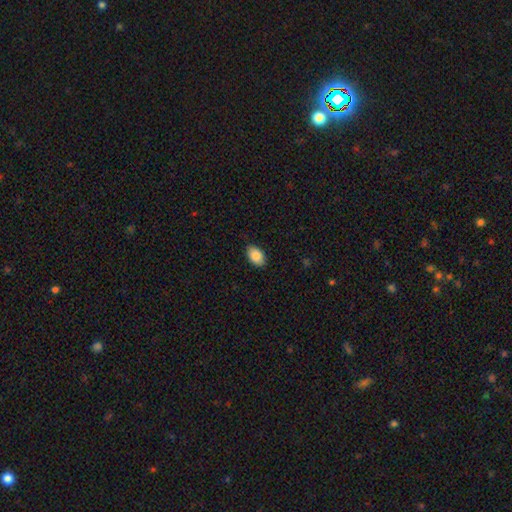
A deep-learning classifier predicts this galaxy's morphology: Smooth or featured? Predicted: smooth (p=0.87). How rounded? Predicted: in between (p=0.91). Merging? Predicted: none (p=0.85).